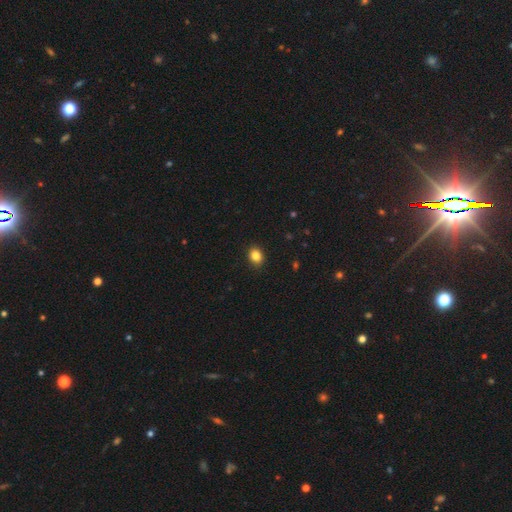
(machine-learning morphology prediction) The model was most divided on "how rounded": round: 56%, in between: 43%, cigar-shaped: 1%. More confident: merging — none (90%); smooth or featured — smooth (85%).